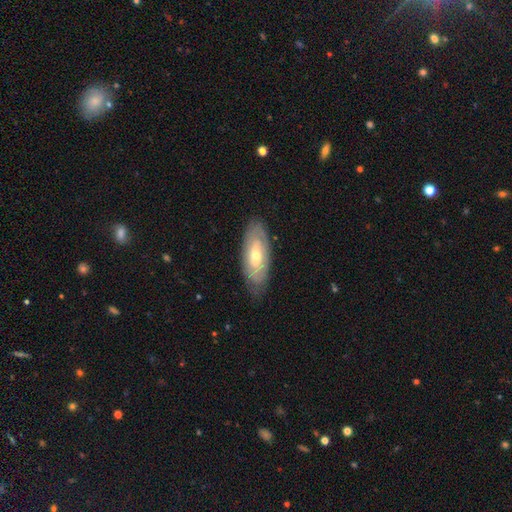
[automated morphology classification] This is possibly a featured or disk galaxy (57%). It is clearly not viewed edge-on (81%). Merging: clearly none (82%).